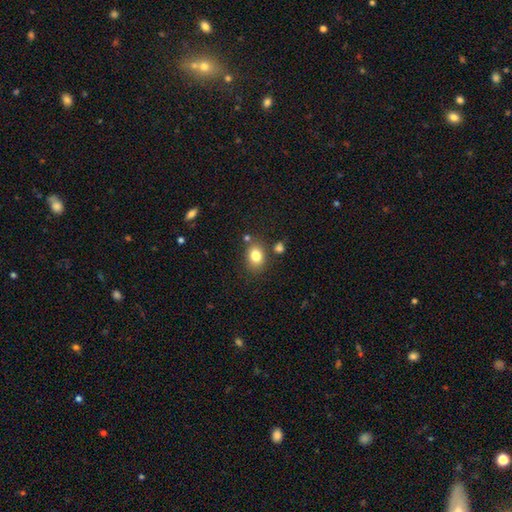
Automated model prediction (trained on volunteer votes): Smooth or featured: smooth — 81% (star or artifact — 10%)
How rounded: in between — 59% (round — 40%)
Merging: none — 75% (minor disturbance — 13%)